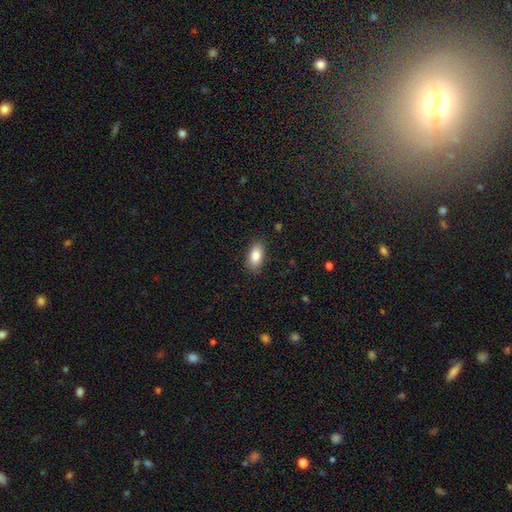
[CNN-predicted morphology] smooth-or-featured: smooth: 84% | featured or disk: 8% | star or artifact: 8%
  how-rounded: in between: 91% | round: 5% | cigar-shaped: 4%
  merging: none: 86% | minor disturbance: 10% | major disturbance: 3% | merger: 1%